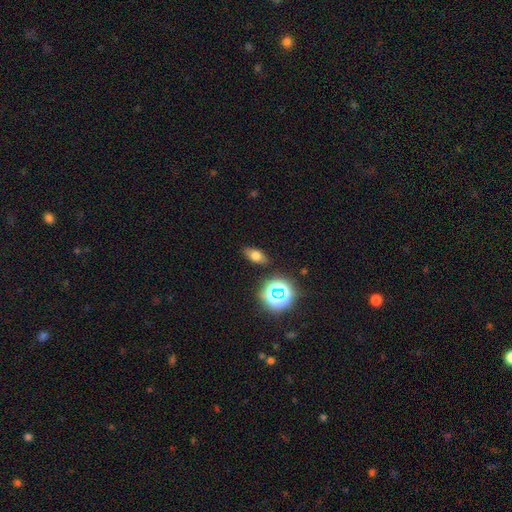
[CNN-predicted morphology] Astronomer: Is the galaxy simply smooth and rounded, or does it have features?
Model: smooth — 67%.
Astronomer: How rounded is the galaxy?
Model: in between — 81%.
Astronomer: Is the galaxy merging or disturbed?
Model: none — 83%.